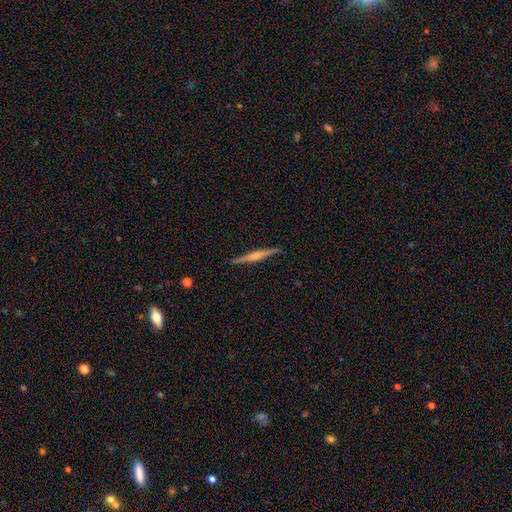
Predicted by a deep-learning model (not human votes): A featured or disk galaxy (64%) viewed edge-on (98%) with a rounded central bulge (50%).

Vote fractions:
- Smooth or featured? featured or disk: 64% / smooth: 31% / star or artifact: 6%
- Edge-on disk? yes: 98% / no: 2%
- Edge-on bulge? rounded: 50% / boxy: 25% / none: 24%
- Merging? none: 88% / minor disturbance: 9% / major disturbance: 2% / merger: 1%